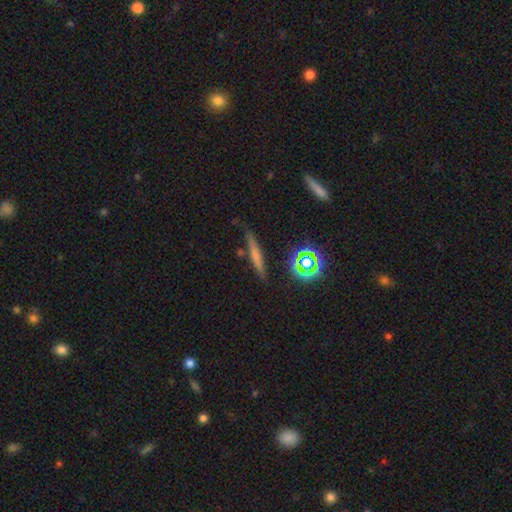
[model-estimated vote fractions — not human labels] Smooth or featured? Predicted: smooth (p=0.54). How rounded? Predicted: cigar-shaped (p=0.88). Merging? Predicted: none (p=0.81).